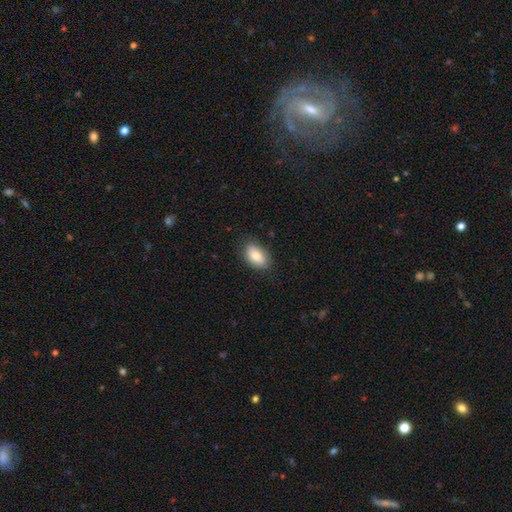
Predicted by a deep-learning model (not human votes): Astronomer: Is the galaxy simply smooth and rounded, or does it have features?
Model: smooth — 81%.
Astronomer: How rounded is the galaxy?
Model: in between — 91%.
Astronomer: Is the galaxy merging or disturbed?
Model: none — 82%.